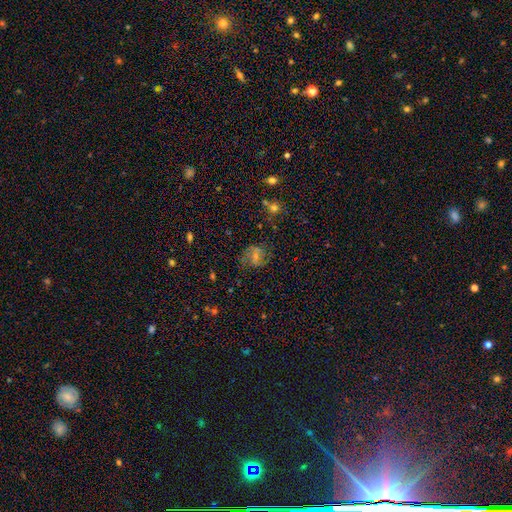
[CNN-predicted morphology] Smooth or featured? smooth (45%)
Merging? none (66%)